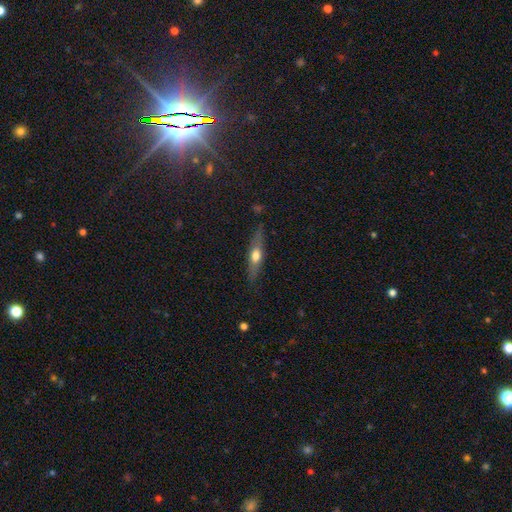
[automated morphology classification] Q: Smooth or featured?
A: featured or disk (49%); runner-up: smooth (44%)
Q: Merging?
A: none (82%); runner-up: minor disturbance (13%)